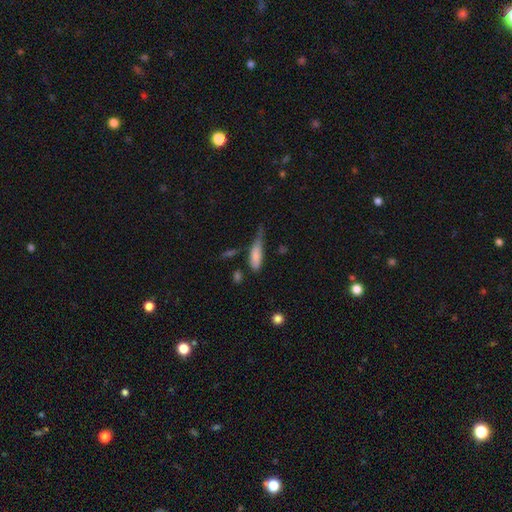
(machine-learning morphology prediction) The model was most divided on "merging": minor disturbance: 40%, none: 29%, major disturbance: 24%, merger: 8%. More confident: smooth or featured — smooth (78%); how rounded — in between (57%).